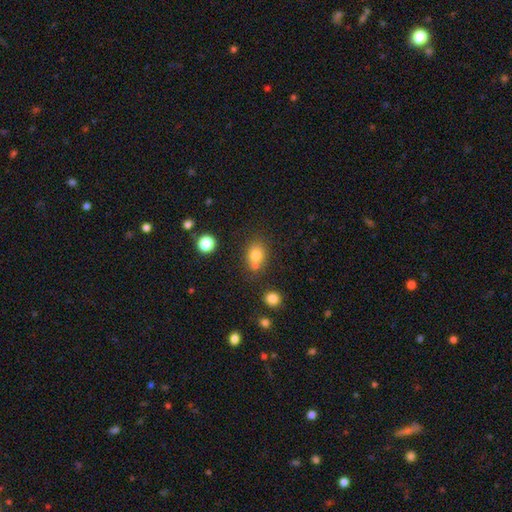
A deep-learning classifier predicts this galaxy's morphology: Smooth or featured: smooth — 75% (star or artifact — 14%)
How rounded: round — 55% (in between — 44%)
Merging: none — 57% (merger — 28%)